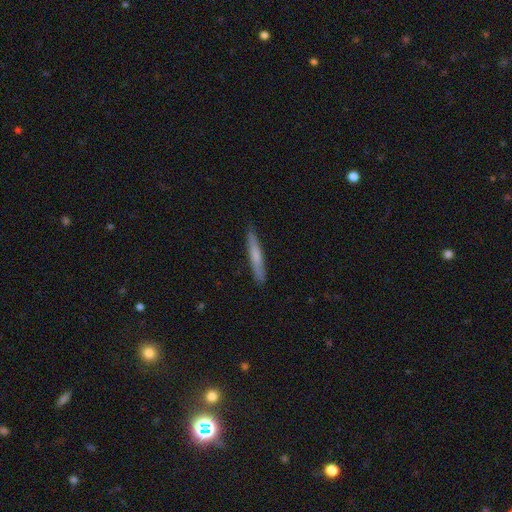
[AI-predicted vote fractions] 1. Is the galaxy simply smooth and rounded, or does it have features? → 61% smooth, 33% featured or disk, 6% star or artifact.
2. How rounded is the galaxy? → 95% cigar-shaped, 4% in between, 1% round.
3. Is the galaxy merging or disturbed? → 89% none, 8% minor disturbance, 2% major disturbance, 1% merger.